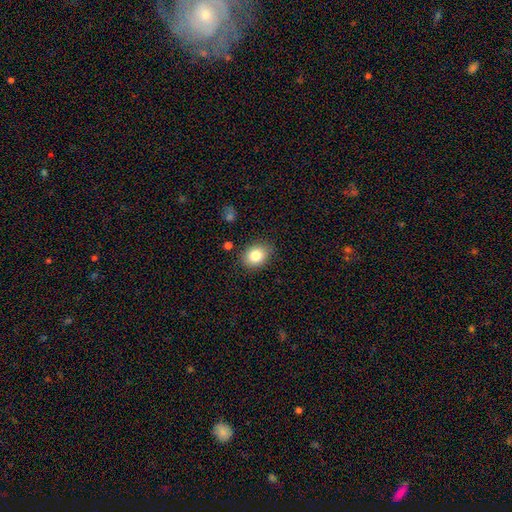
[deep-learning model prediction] This is clearly a smooth galaxy (82%). How rounded: possibly in between (58%). Merging: clearly none (84%).